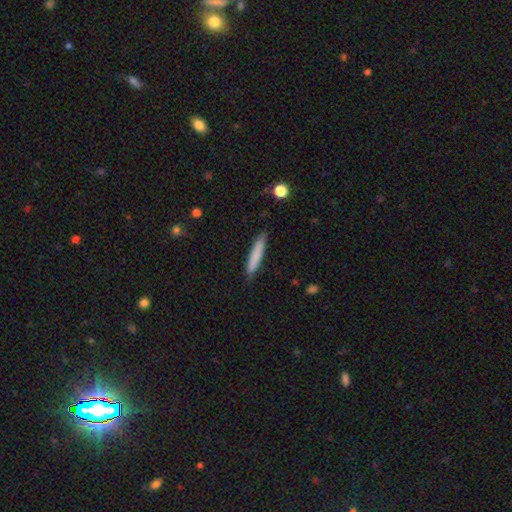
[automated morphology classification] Q: Smooth or featured?
A: smooth (79%); runner-up: featured or disk (15%)
Q: How rounded?
A: cigar-shaped (92%); runner-up: in between (7%)
Q: Merging?
A: none (86%); runner-up: minor disturbance (11%)